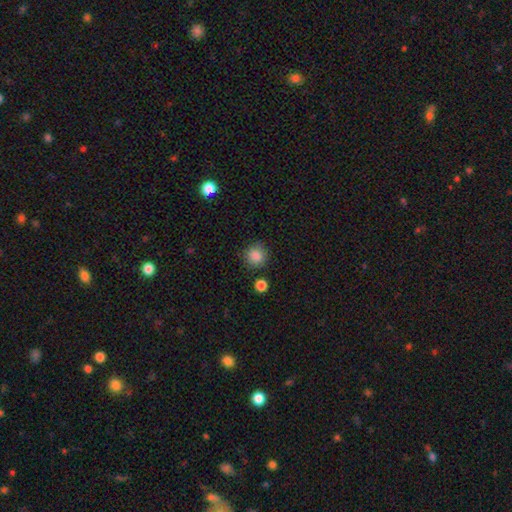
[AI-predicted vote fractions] Morphology: type=smooth (87%); roundness=round (91%); merging=none (85%).